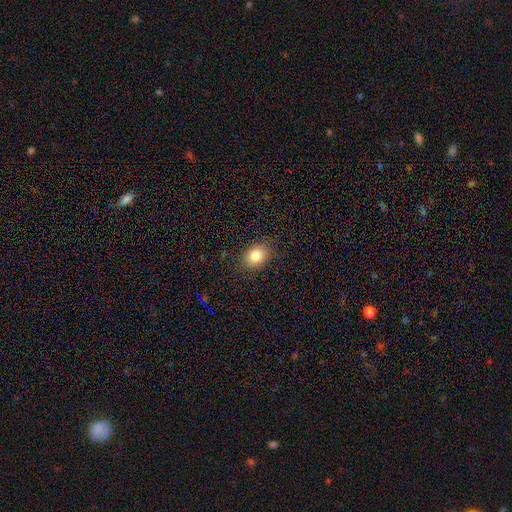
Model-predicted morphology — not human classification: Smooth or featured?
  - smooth: 83% *
  - star or artifact: 10%
  - featured or disk: 7%
How rounded?
  - in between: 64% *
  - round: 35%
  - cigar-shaped: 1%
Merging?
  - none: 86% *
  - minor disturbance: 10%
  - major disturbance: 3%
  - merger: 1%